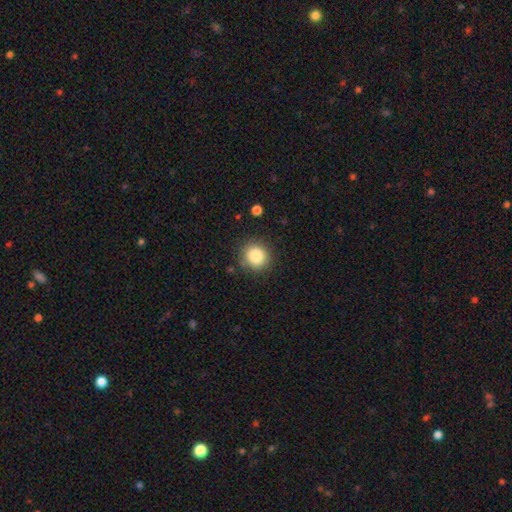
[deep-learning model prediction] Overall: smooth (85%). How rounded: round (89%). Merging: none (86%).